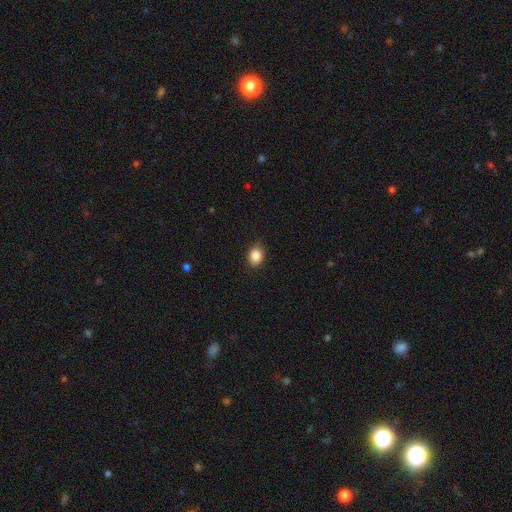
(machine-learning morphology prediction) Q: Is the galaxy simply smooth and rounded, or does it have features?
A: smooth — 87%.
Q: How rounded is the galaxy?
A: in between — 51%.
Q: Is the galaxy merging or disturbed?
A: none — 81%.